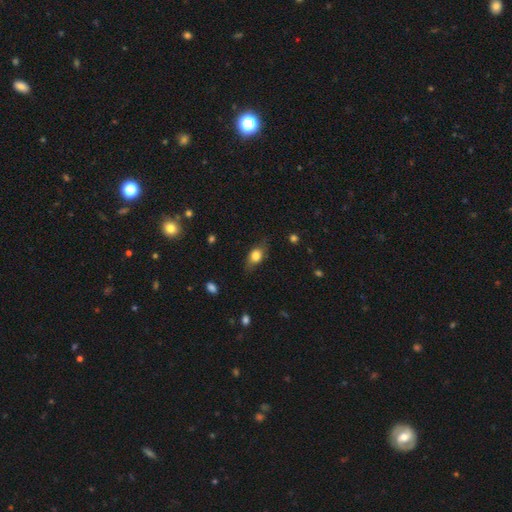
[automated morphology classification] smooth 73%, featured or disk 19%, star or artifact 8%. Down the decision tree: how rounded — in between (74%); merging — none (73%).